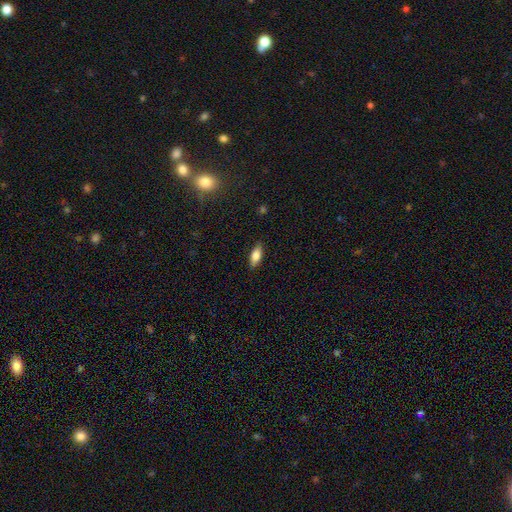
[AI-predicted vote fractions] Smooth or featured? smooth (77%)
How rounded? in between (78%)
Merging? none (86%)